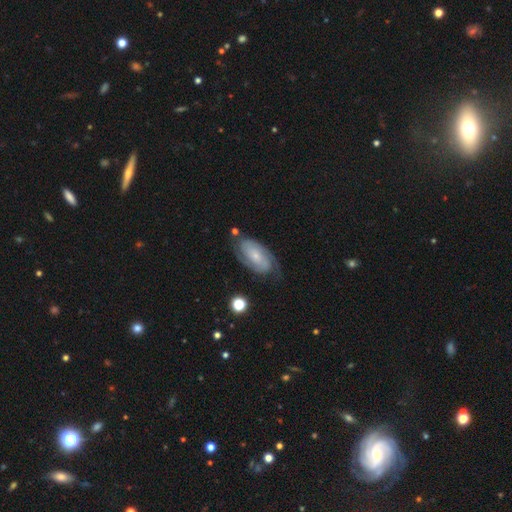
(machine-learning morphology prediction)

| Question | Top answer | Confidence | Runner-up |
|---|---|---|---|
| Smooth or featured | featured or disk | 75% | smooth (19%) |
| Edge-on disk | no | 95% | yes (5%) |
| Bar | no | 63% | weak (28%) |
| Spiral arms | yes | 94% | no (6%) |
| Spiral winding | tight | 58% | medium (33%) |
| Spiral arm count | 2 | 72% | can't tell (16%) |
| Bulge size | small | 71% | moderate (21%) |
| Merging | none | 71% | minor disturbance (19%) |